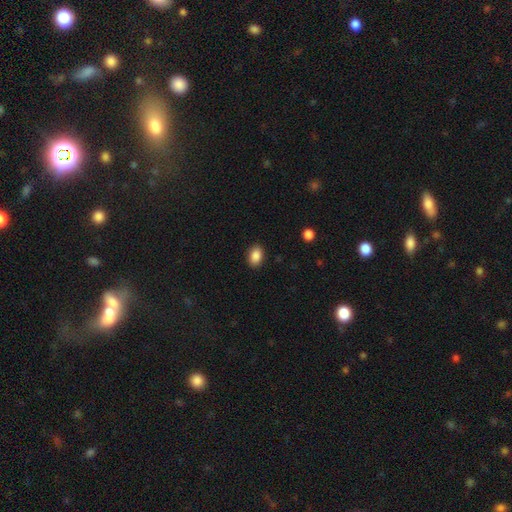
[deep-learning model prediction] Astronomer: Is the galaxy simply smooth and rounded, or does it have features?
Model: smooth — 88%.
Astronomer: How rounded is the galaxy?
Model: in between — 84%.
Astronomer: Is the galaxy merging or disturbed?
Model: none — 89%.